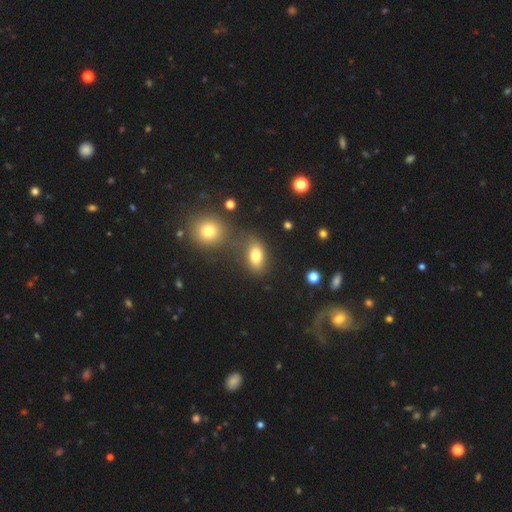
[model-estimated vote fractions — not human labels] This is likely a smooth galaxy (78%). How rounded: clearly in between (82%). Merging: likely none (66%).